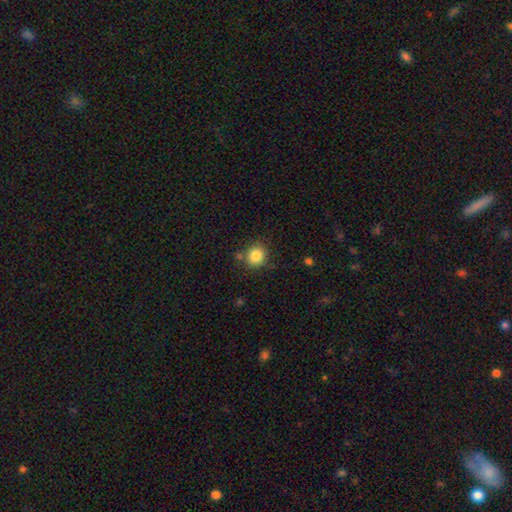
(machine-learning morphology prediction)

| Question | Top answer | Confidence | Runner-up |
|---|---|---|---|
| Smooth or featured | smooth | 84% | star or artifact (10%) |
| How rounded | round | 82% | in between (17%) |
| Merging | none | 79% | minor disturbance (12%) |